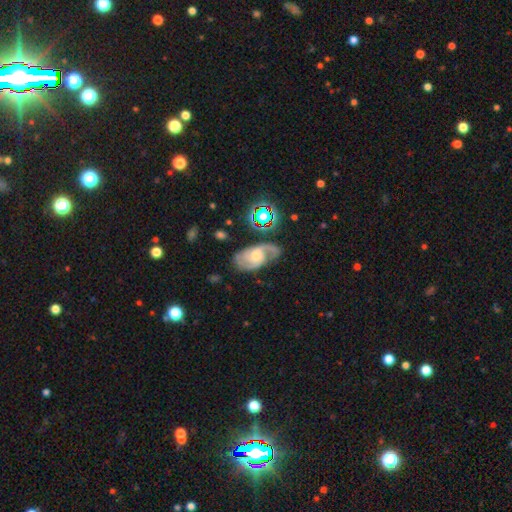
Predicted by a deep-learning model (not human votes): A featured or disk galaxy (81%) with no bar (59%), 2 (69%) medium (48%) spiral arms (96%) and a moderate central bulge (53%). Merging: none (64%).